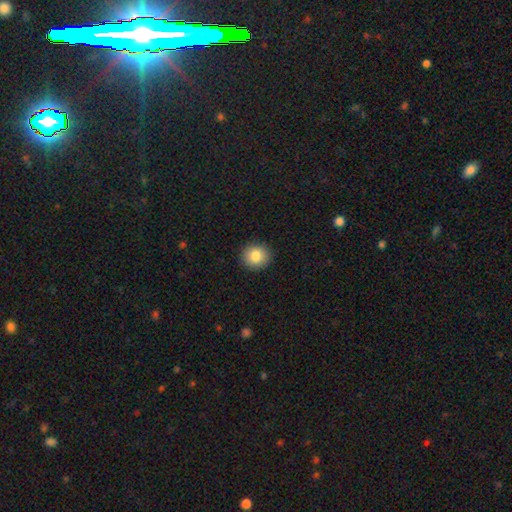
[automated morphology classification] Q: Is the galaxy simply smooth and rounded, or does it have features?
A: smooth — 84%.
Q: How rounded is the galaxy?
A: round — 85%.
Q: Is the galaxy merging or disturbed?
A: none — 91%.